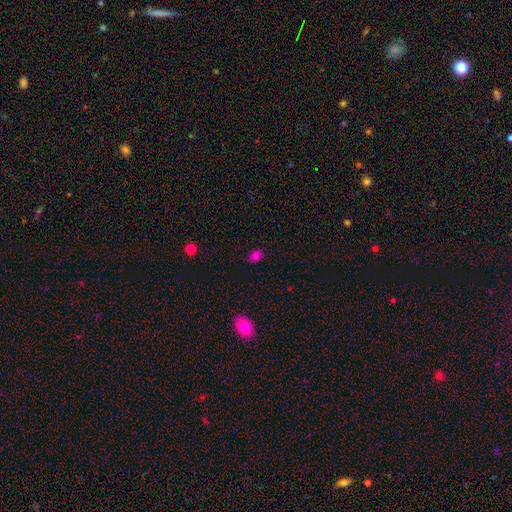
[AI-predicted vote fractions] This is likely a smooth galaxy (79%). How rounded: possibly in between (60%). Merging: clearly none (83%).